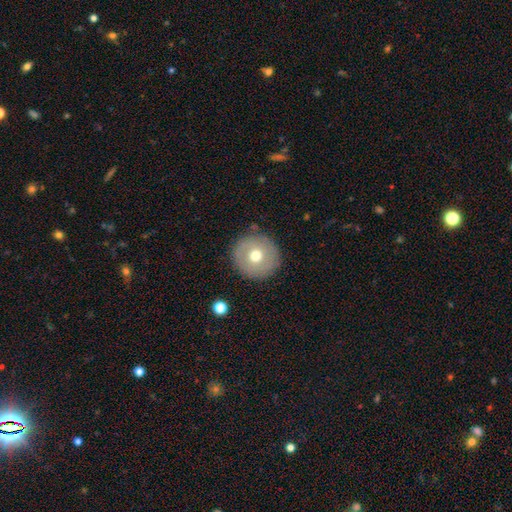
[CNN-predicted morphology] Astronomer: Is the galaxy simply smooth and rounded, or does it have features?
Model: smooth — 62%.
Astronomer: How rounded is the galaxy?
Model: round — 95%.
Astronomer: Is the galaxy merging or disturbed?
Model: none — 87%.